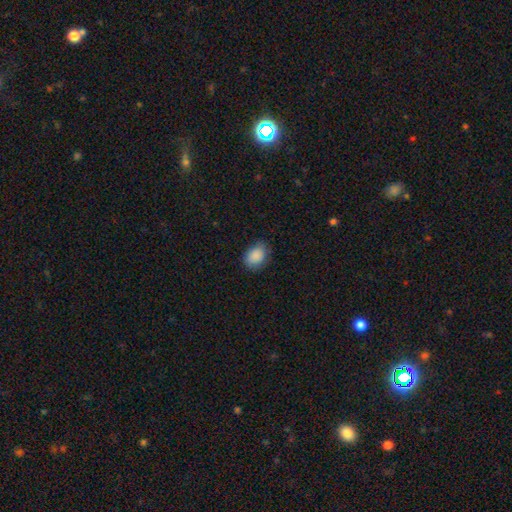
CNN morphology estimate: This is clearly a smooth galaxy (89%). How rounded: likely in between (70%). Merging: likely none (78%).